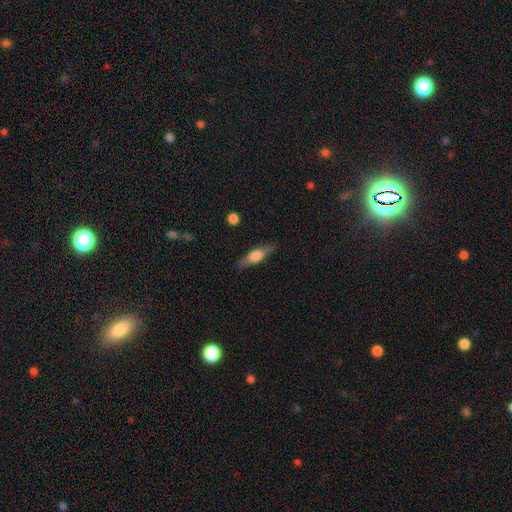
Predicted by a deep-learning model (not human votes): The model was most divided on "smooth or featured": featured or disk: 51%, smooth: 43%, star or artifact: 7%. More confident: edge-on disk — yes (92%); merging — none (84%).